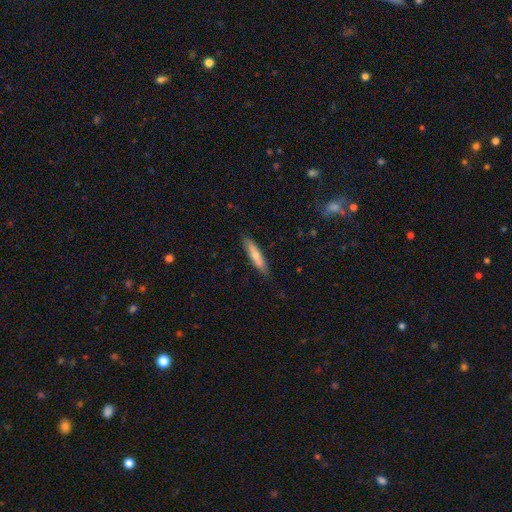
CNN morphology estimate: smooth-or-featured: smooth: 67% | featured or disk: 27% | star or artifact: 6%
  how-rounded: cigar-shaped: 80% | in between: 18% | round: 2%
  merging: none: 82% | minor disturbance: 14% | major disturbance: 2% | merger: 2%